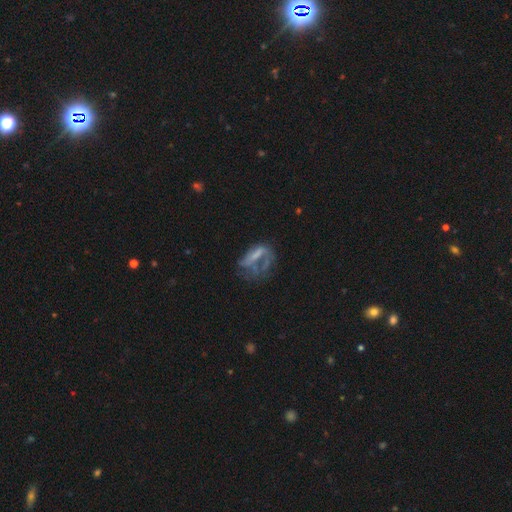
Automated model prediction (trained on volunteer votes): Smooth or featured? Predicted: featured or disk (p=0.53). Edge-on disk? Predicted: no (p=0.93). Merging? Predicted: major disturbance (p=0.50).